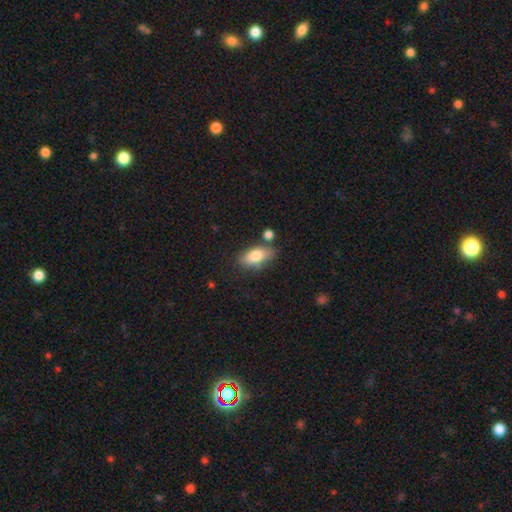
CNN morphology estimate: smooth_or_featured: smooth (p=0.78) [alt: featured or disk p=0.15]
how_rounded: in between (p=0.86) [alt: cigar-shaped p=0.09]
merging: none (p=0.69) [alt: minor disturbance p=0.17]